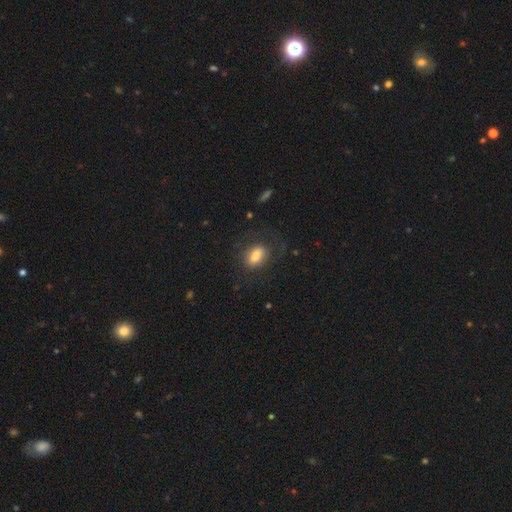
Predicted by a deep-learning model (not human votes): smooth_or_featured: smooth (p=0.74) [alt: featured or disk p=0.17]
how_rounded: in between (p=0.81) [alt: round p=0.16]
merging: none (p=0.64) [alt: minor disturbance p=0.18]